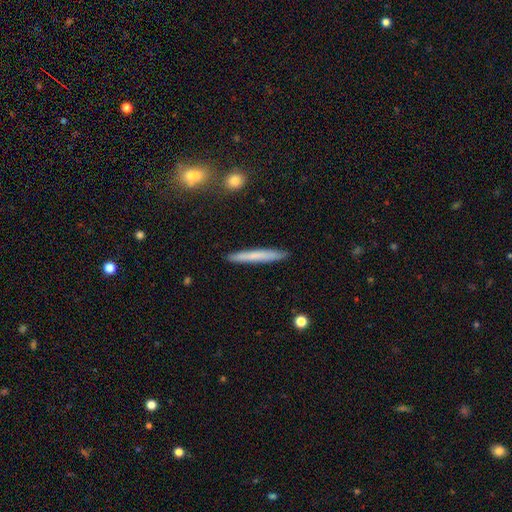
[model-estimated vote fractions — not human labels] A smooth galaxy with no disk features (68%) that is cigar-shaped (96%). Merging: none (90%).